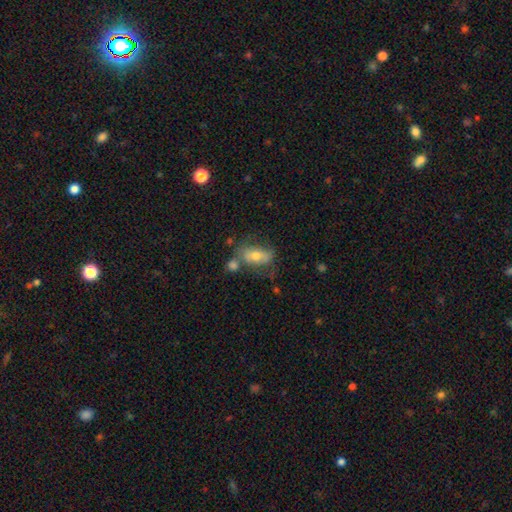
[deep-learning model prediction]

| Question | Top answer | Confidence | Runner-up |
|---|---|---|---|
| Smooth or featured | smooth | 55% | featured or disk (36%) |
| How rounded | in between | 84% | round (9%) |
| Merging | none | 47% | merger (22%) |